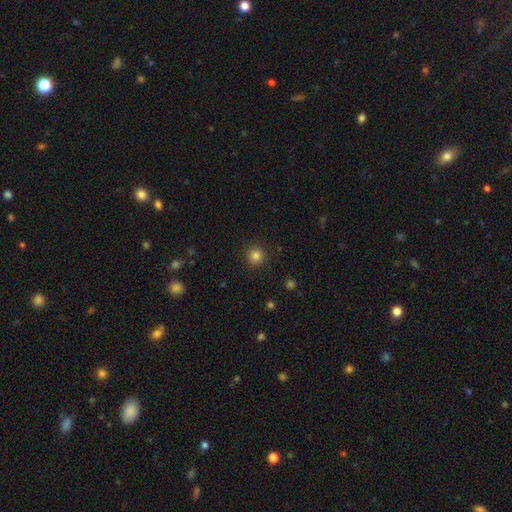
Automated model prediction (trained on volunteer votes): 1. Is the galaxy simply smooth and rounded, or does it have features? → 83% smooth, 12% star or artifact, 5% featured or disk.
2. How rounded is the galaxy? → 95% round, 4% in between, 1% cigar-shaped.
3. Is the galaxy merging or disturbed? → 92% none, 5% minor disturbance, 2% major disturbance, 1% merger.